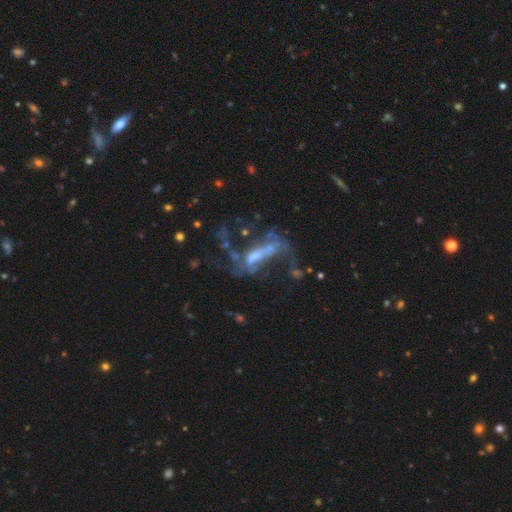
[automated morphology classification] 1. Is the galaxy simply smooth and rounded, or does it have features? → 69% featured or disk, 16% star or artifact, 15% smooth.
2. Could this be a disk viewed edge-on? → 83% no, 17% yes.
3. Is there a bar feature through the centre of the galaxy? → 37% no, 32% weak, 31% strong.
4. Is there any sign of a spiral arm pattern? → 52% yes, 48% no.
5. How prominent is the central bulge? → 36% moderate, 35% small, 21% none, 7% large, 2% dominant.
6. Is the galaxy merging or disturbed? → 38% major disturbance, 34% none, 14% minor disturbance, 14% merger.